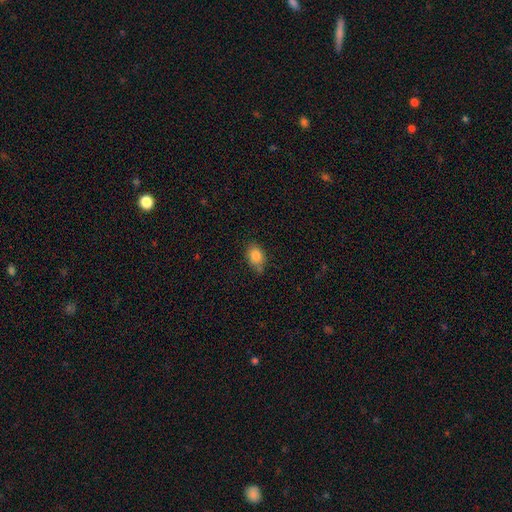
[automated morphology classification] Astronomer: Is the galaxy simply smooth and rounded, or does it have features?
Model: smooth — 85%.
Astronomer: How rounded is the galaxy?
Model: in between — 76%.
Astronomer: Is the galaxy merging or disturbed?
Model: none — 65%.